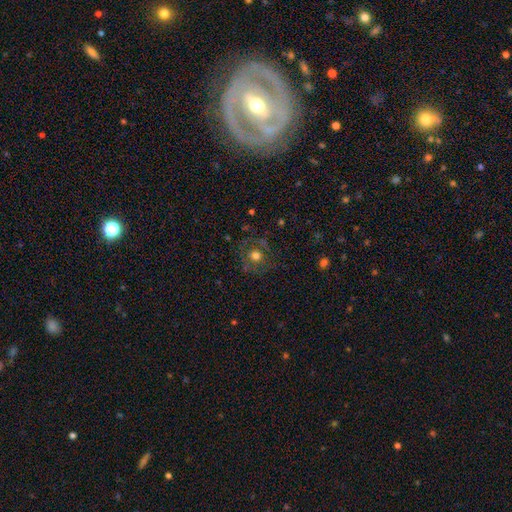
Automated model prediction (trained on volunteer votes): The model was most divided on "smooth or featured": smooth: 54%, featured or disk: 31%, star or artifact: 14%. More confident: how rounded — round (86%); merging — none (75%).